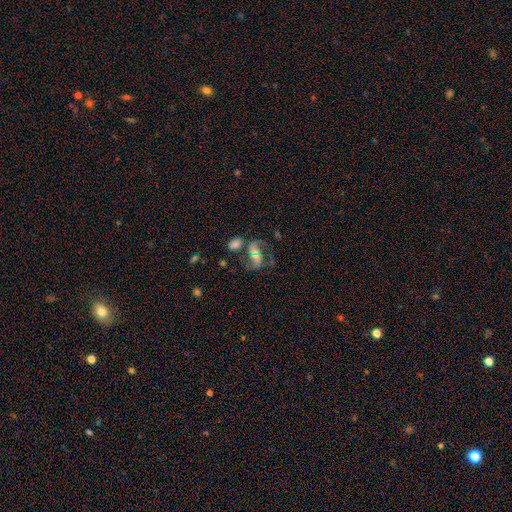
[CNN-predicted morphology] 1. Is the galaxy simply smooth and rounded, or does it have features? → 75% featured or disk, 15% smooth, 10% star or artifact.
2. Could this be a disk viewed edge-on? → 98% no, 2% yes.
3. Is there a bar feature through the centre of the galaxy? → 41% weak, 39% no, 19% strong.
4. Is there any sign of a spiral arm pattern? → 92% yes, 8% no.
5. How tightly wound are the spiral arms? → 57% loose, 36% medium, 8% tight.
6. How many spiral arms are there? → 90% 2, 3% 1, 3% can't tell, 1% 3, 1% 4, 1% more than 4.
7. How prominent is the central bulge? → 47% small, 36% moderate, 10% none, 5% large, 2% dominant.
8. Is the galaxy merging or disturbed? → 44% none, 21% merger, 17% major disturbance, 17% minor disturbance.